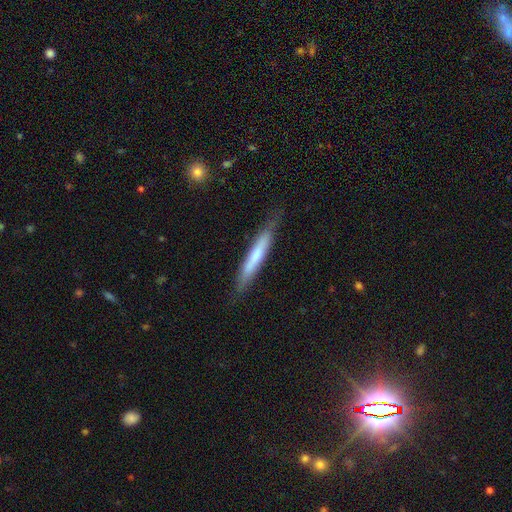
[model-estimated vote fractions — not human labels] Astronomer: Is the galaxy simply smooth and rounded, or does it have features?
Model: smooth — 61%.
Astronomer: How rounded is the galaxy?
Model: cigar-shaped — 94%.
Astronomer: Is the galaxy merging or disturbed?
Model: none — 80%.